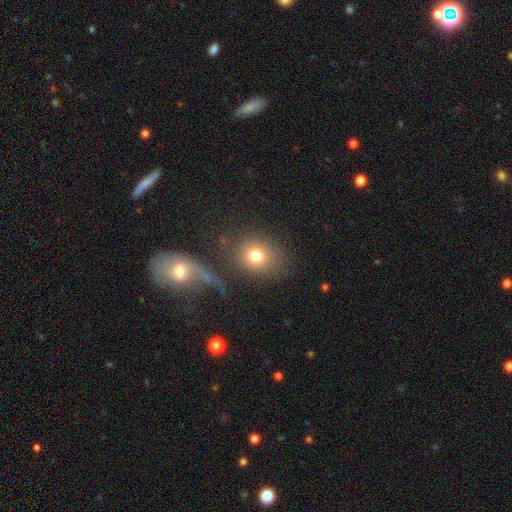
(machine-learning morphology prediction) A smooth galaxy with no disk features (76%) that is round (68%). Merging: none (73%).